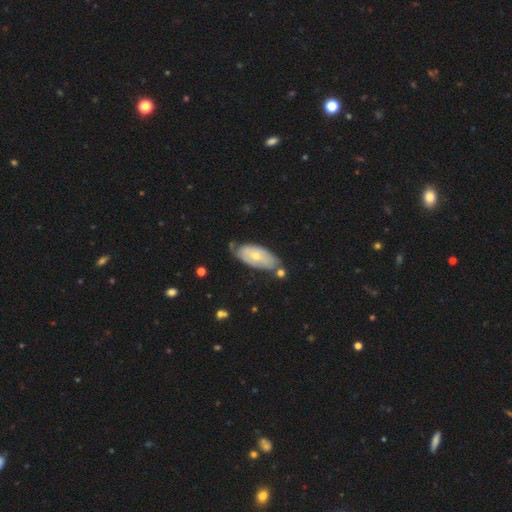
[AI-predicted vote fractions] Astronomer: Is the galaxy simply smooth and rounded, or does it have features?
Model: featured or disk — 49% (runner-up: smooth, 45%).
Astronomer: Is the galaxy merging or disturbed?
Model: none — 60%.